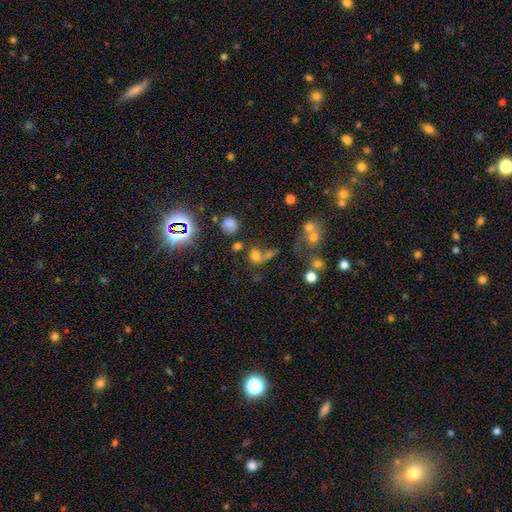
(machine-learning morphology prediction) smooth-or-featured: smooth: 64% | star or artifact: 23% | featured or disk: 14%
  how-rounded: round: 62% | in between: 35% | cigar-shaped: 3%
  merging: merger: 40% | none: 35% | major disturbance: 14% | minor disturbance: 12%